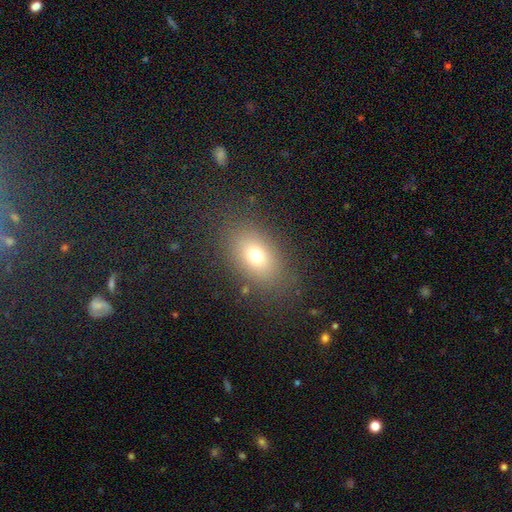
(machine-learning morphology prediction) The model was most divided on "smooth or featured": smooth: 71%, featured or disk: 15%, star or artifact: 14%. More confident: merging — none (82%); how rounded — in between (79%).